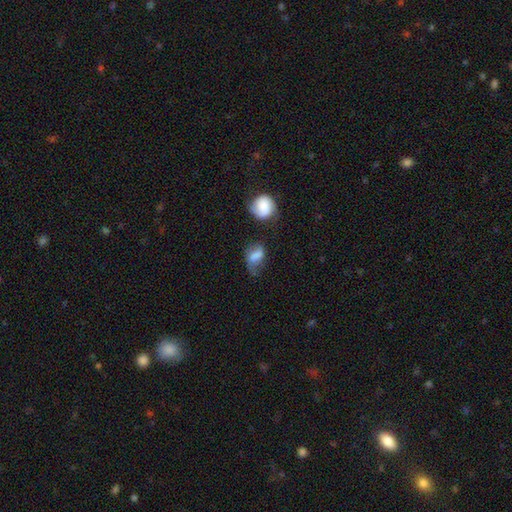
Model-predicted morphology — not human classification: Smooth or featured? smooth (69%)
How rounded? in between (76%)
Merging? minor disturbance (32%)